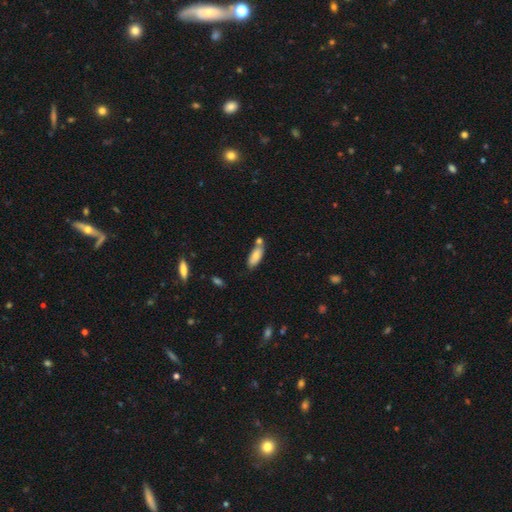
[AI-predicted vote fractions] This appears to be a smooth galaxy with no disk features (77%) that is in between round and cigar-shaped (71%). Merging: none (54%).